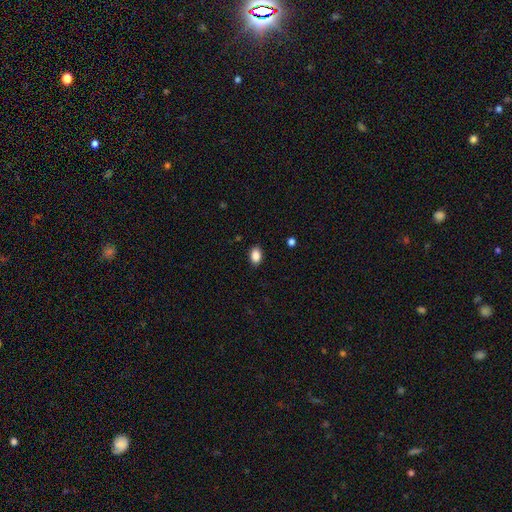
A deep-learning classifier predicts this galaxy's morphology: This appears to be a smooth galaxy with no disk features (88%) that is in between round and cigar-shaped (85%). Merging: none (88%).